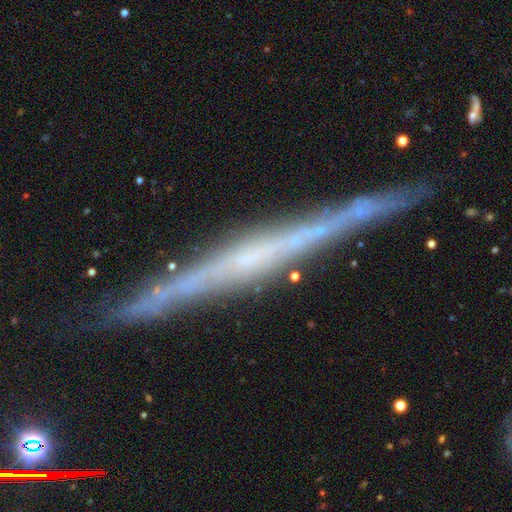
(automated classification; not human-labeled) Smooth or featured? featured or disk (79%)
Edge-on disk? yes (97%)
Edge-on bulge? none (62%)
Merging? none (88%)